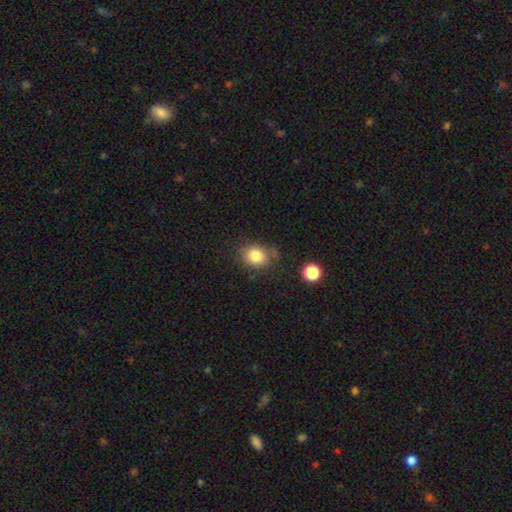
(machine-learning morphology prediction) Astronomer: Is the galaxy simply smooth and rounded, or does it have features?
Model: smooth — 82%.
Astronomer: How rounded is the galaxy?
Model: round — 58% (runner-up: in between, 41%).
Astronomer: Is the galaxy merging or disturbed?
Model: none — 71%.